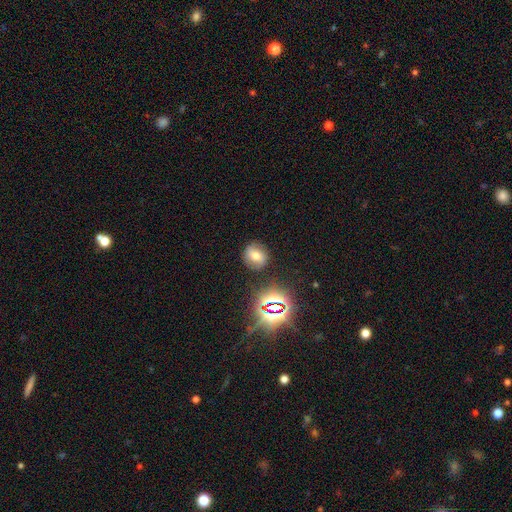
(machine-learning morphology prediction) smooth 54%, featured or disk 24%, star or artifact 21%. Down the decision tree: how rounded — round (79%); merging — none (84%).